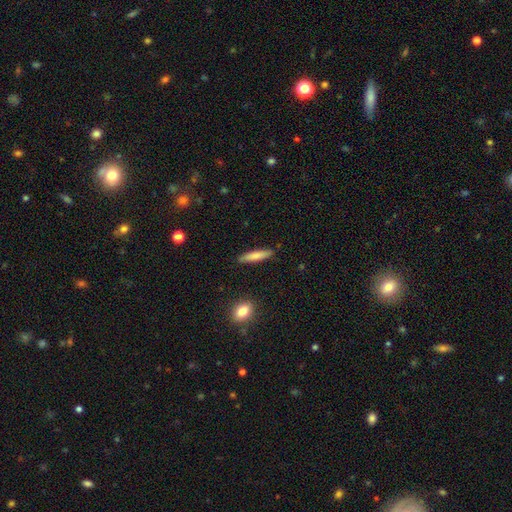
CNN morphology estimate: Smooth or featured?
  - smooth: 77% *
  - featured or disk: 17%
  - star or artifact: 6%
How rounded?
  - cigar-shaped: 84% *
  - in between: 14%
  - round: 2%
Merging?
  - none: 88% *
  - minor disturbance: 8%
  - major disturbance: 2%
  - merger: 2%